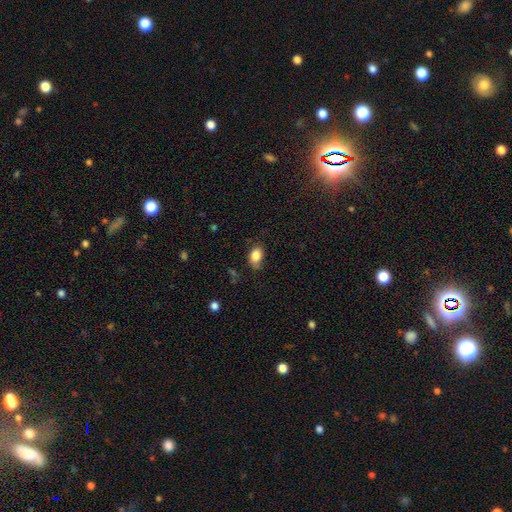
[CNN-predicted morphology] smooth-or-featured: smooth: 84% | star or artifact: 8% | featured or disk: 7%
  how-rounded: in between: 82% | round: 16% | cigar-shaped: 2%
  merging: none: 68% | minor disturbance: 24% | major disturbance: 6% | merger: 2%